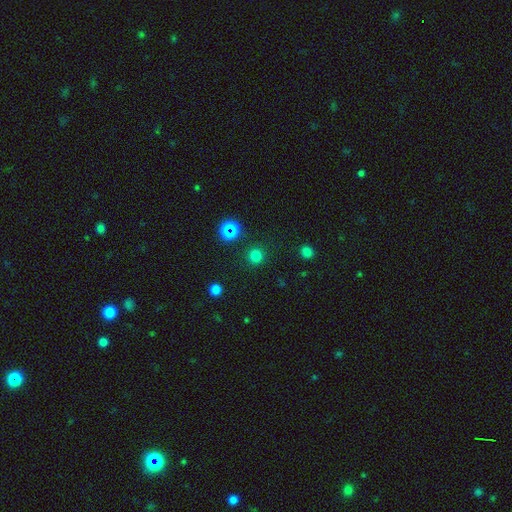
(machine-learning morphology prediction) This is likely a smooth galaxy (75%). How rounded: clearly round (95%). Merging: clearly none (90%).